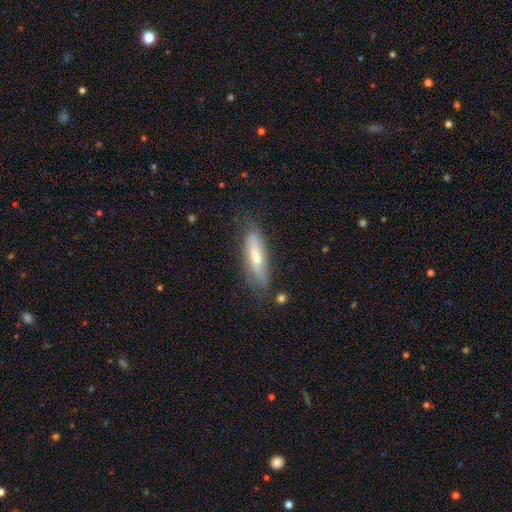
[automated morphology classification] Smooth or featured: smooth — 57% (featured or disk — 36%)
How rounded: cigar-shaped — 64% (in between — 35%)
Merging: none — 73% (minor disturbance — 20%)